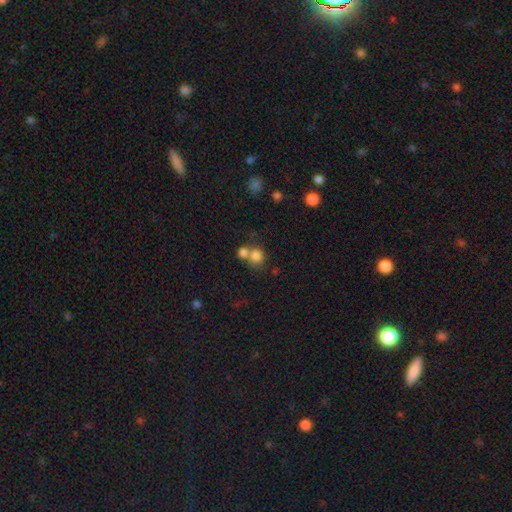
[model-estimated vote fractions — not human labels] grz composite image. It shows a smooth galaxy with no disk features (79%) that is round (87%). Merging: none (48%).